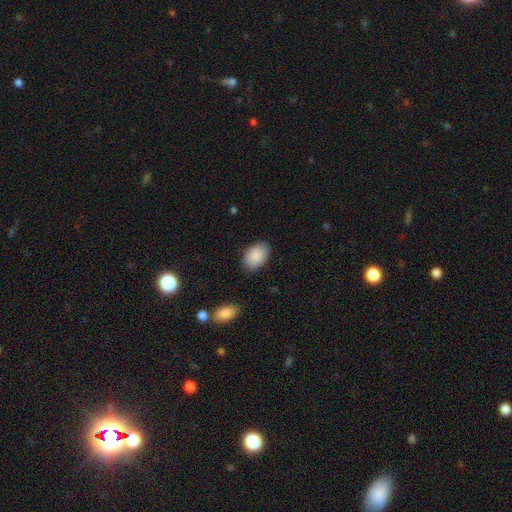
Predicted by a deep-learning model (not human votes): Morphology: type=smooth (90%); roundness=in between (86%); merging=none (85%).